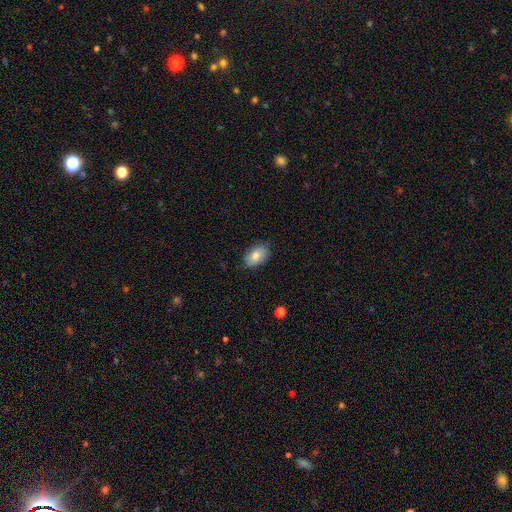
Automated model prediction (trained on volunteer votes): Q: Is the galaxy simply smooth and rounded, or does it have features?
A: smooth — 78%.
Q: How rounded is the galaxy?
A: in between — 89%.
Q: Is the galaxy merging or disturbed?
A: none — 82%.